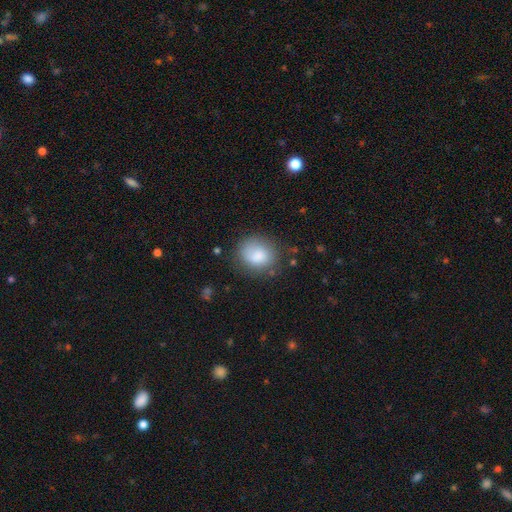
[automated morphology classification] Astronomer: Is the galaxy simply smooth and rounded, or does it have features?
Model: smooth — 83%.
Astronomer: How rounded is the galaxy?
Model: round — 69%.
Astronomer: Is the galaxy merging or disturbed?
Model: none — 70%.